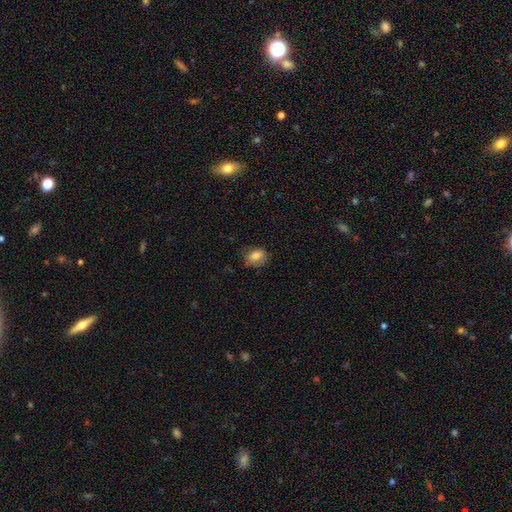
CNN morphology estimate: This appears to be a smooth galaxy with no disk features (79%) that is in between round and cigar-shaped (57%). Merging: none (70%).